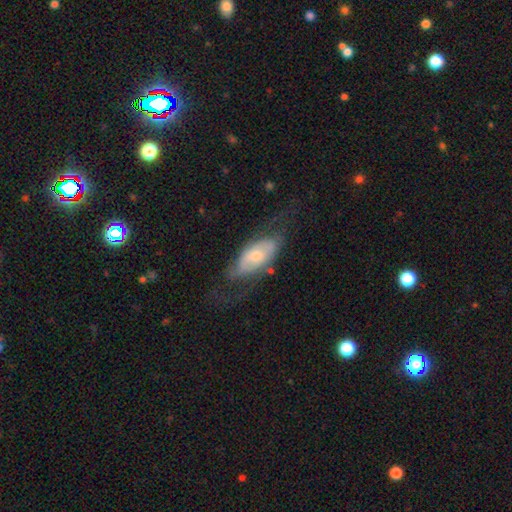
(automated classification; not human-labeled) Q: Smooth or featured?
A: featured or disk (58%); runner-up: smooth (36%)
Q: Edge-on disk?
A: no (83%); runner-up: yes (17%)
Q: Merging?
A: none (58%); runner-up: minor disturbance (21%)